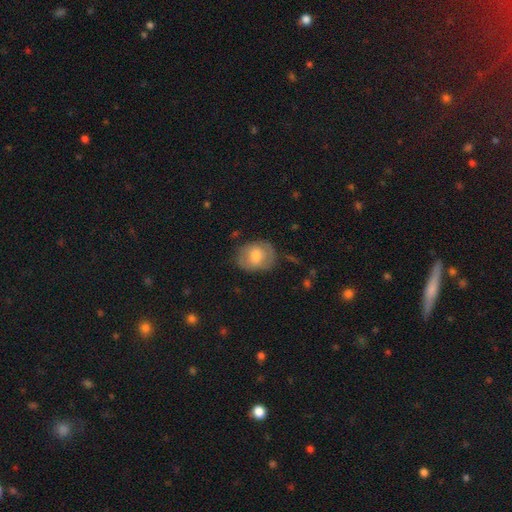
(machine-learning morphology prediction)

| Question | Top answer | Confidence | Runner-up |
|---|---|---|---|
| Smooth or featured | smooth | 64% | featured or disk (30%) |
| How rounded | in between | 54% | round (45%) |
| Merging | none | 71% | minor disturbance (20%) |